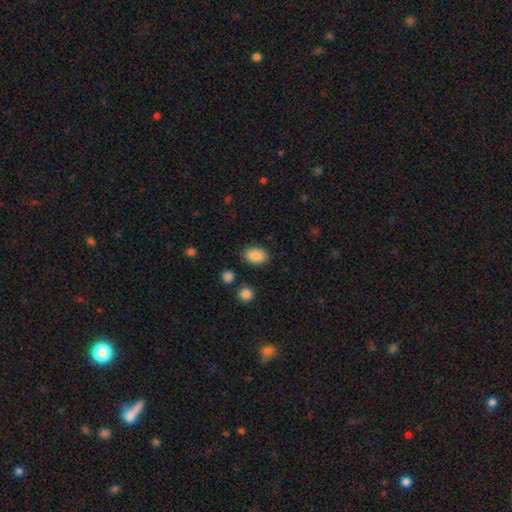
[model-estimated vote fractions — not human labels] Smooth or featured? Predicted: smooth (p=0.88). How rounded? Predicted: in between (p=0.84). Merging? Predicted: none (p=0.85).